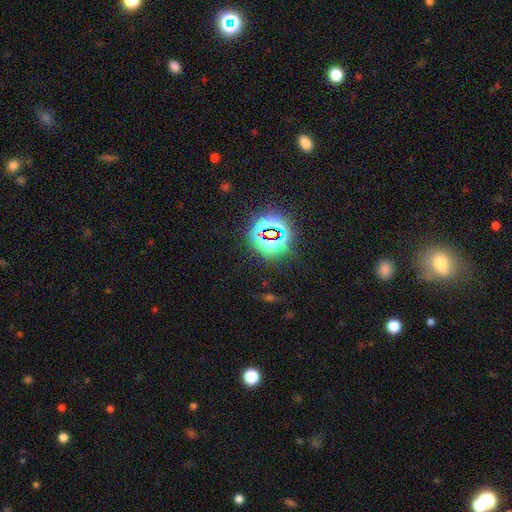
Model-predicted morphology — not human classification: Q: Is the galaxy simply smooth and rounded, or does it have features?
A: star or artifact — 78%.